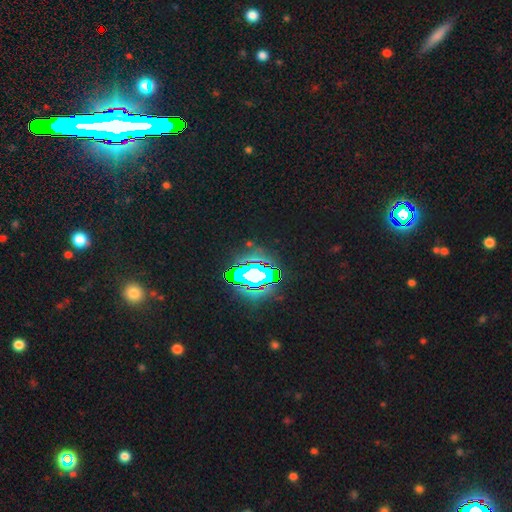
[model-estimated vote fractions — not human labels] Q: Smooth or featured?
A: star or artifact (82%); runner-up: smooth (9%)